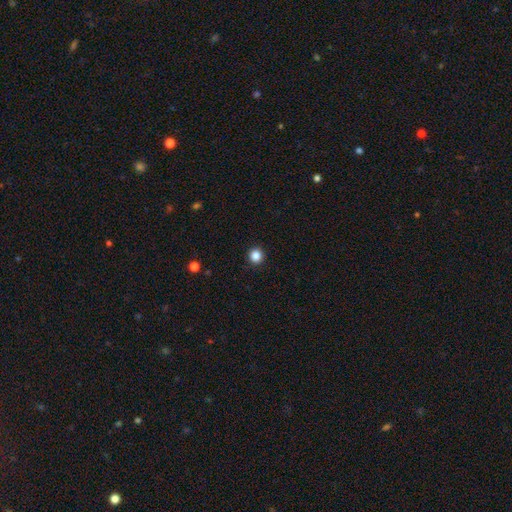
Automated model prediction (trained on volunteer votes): smooth_or_featured: smooth (p=0.86) [alt: star or artifact p=0.11]
how_rounded: round (p=0.95) [alt: in between p=0.04]
merging: none (p=0.93) [alt: minor disturbance p=0.04]